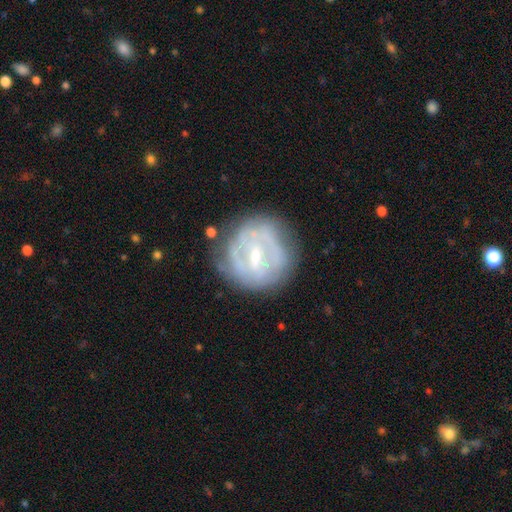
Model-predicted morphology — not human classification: A featured or disk galaxy (71%) with a weak bar (49%), spiral arms (56%) and a small central bulge (53%). Merging: none (68%).